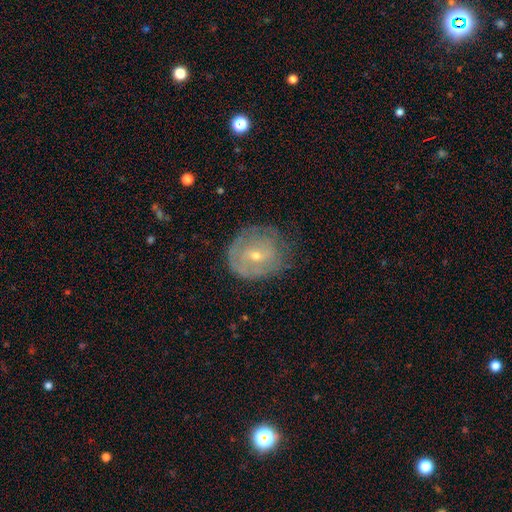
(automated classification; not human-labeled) Smooth or featured? Predicted: featured or disk (p=0.60). Edge-on disk? Predicted: no (p=0.96). Bar? Predicted: no (p=0.58). Spiral arms? Predicted: yes (p=0.60). Bulge size? Predicted: small (p=0.64). Merging? Predicted: none (p=0.61).